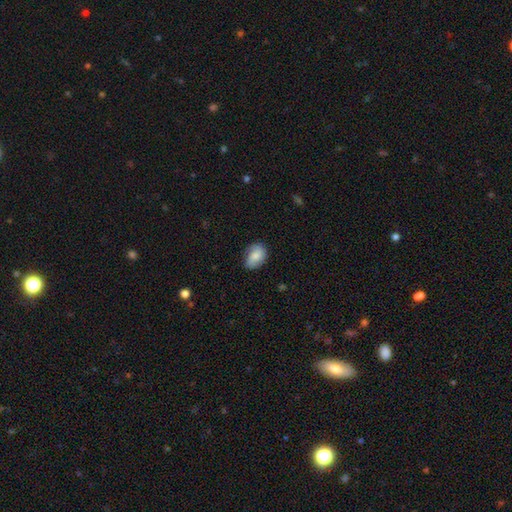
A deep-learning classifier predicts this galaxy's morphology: Q: Smooth or featured?
A: smooth (73%); runner-up: featured or disk (19%)
Q: How rounded?
A: in between (74%); runner-up: round (24%)
Q: Merging?
A: none (60%); runner-up: minor disturbance (31%)